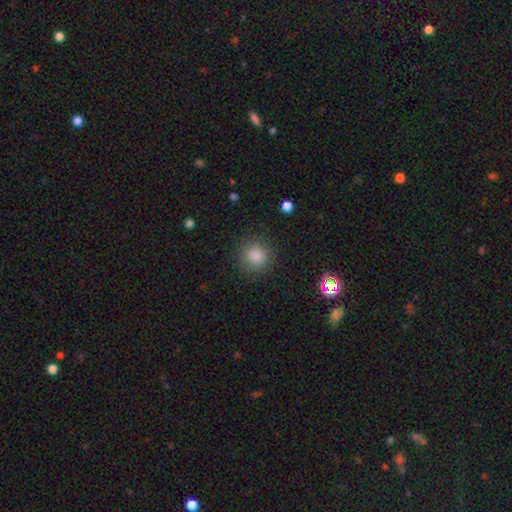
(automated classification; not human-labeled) The model was most divided on "smooth or featured": smooth: 85%, star or artifact: 11%, featured or disk: 4%. More confident: how rounded — round (92%); merging — none (88%).